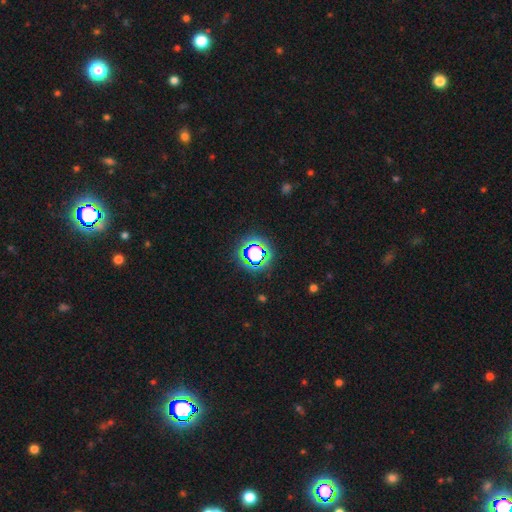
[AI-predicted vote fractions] Overall: star or artifact (53%; smooth 34%).